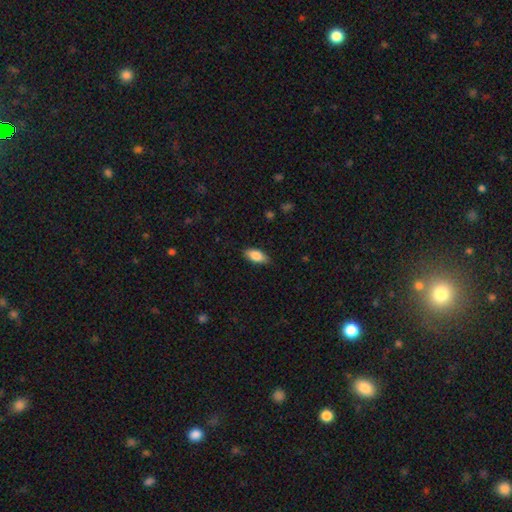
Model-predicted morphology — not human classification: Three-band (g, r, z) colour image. It shows a smooth galaxy with no disk features (84%) that is in between round and cigar-shaped (88%). Merging: none (85%).